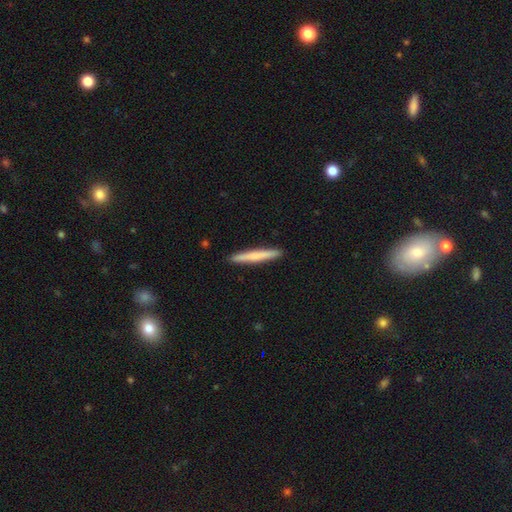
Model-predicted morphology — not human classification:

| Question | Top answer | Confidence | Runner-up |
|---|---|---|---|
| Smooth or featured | smooth | 64% | featured or disk (31%) |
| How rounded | cigar-shaped | 96% | in between (3%) |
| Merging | none | 92% | minor disturbance (5%) |